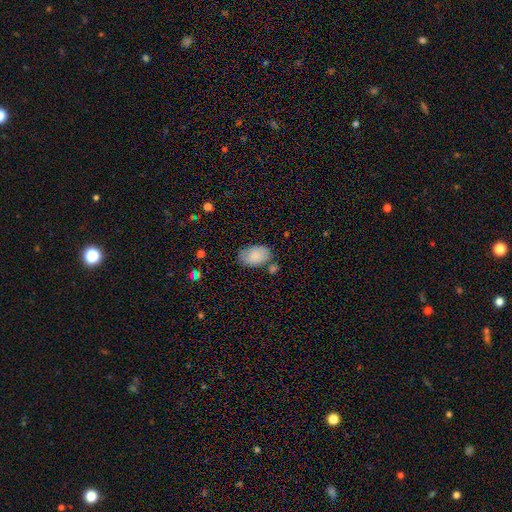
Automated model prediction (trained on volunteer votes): smooth-or-featured: smooth: 84% | featured or disk: 9% | star or artifact: 7%
  how-rounded: in between: 91% | round: 8% | cigar-shaped: 1%
  merging: none: 65% | minor disturbance: 20% | merger: 9% | major disturbance: 6%